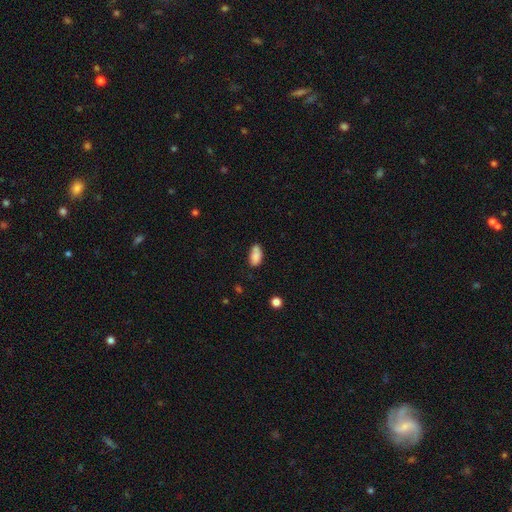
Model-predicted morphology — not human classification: Smooth or featured? smooth (84%)
How rounded? in between (91%)
Merging? none (59%)